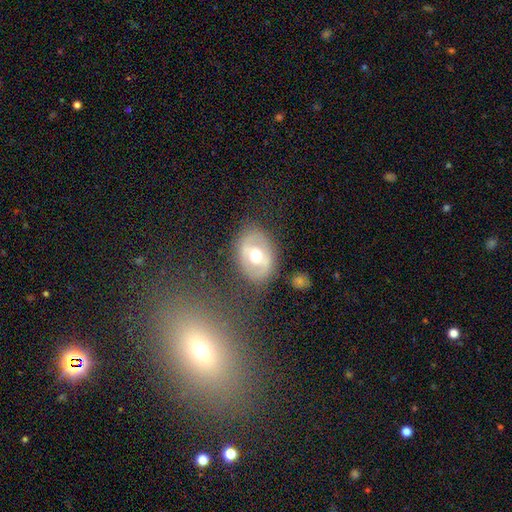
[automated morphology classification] Smooth or featured: featured or disk — 59% (smooth — 34%)
Edge-on disk: no — 93% (yes — 7%)
Bar: no — 41% (weak — 36%)
Spiral arms: no — 64% (yes — 36%)
Bulge size: moderate — 78% (large — 11%)
Merging: none — 79% (minor disturbance — 13%)